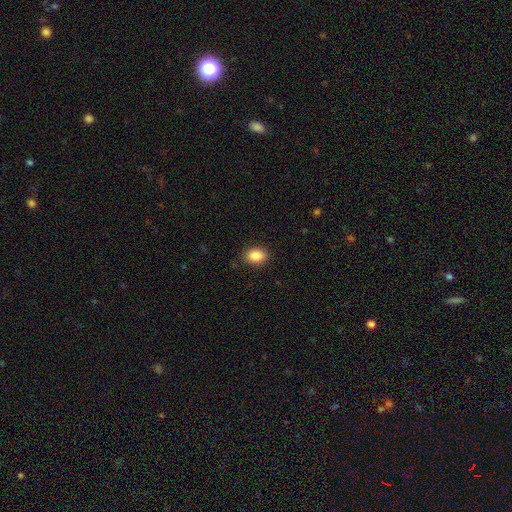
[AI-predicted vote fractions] smooth 87%, star or artifact 8%, featured or disk 4%. Down the decision tree: how rounded — in between (73%); merging — none (88%).